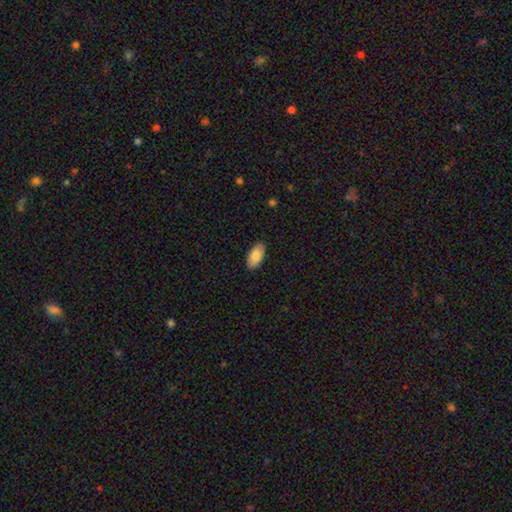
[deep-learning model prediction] This is clearly a smooth galaxy (85%). How rounded: clearly in between (94%). Merging: clearly none (89%).